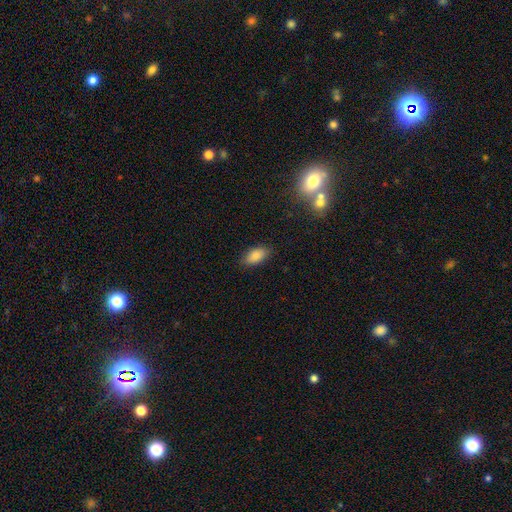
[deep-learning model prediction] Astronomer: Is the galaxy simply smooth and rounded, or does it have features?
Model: smooth — 85%.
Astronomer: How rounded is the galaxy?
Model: in between — 91%.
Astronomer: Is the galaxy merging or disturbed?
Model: none — 85%.